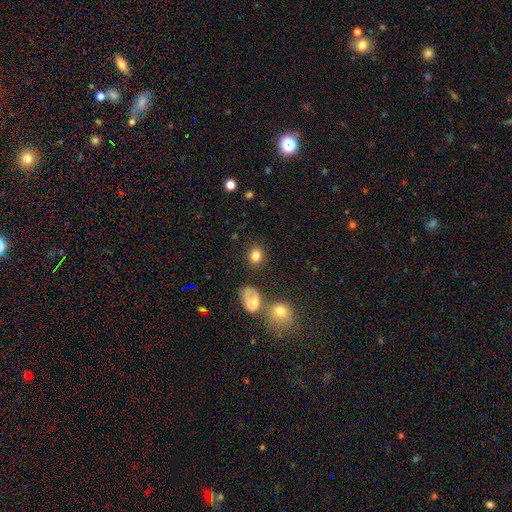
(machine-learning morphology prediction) type=smooth (81%); roundness=round (51%); merging=none (81%).